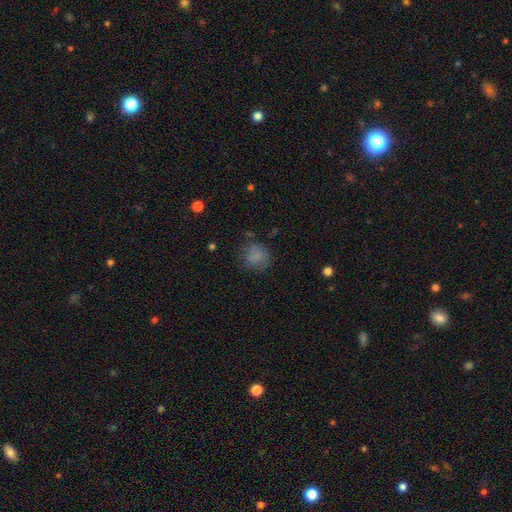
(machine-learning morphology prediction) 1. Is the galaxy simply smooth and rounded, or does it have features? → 78% smooth, 11% star or artifact, 11% featured or disk.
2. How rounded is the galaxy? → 85% round, 14% in between, 1% cigar-shaped.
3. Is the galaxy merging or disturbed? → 73% none, 18% minor disturbance, 7% major disturbance, 2% merger.